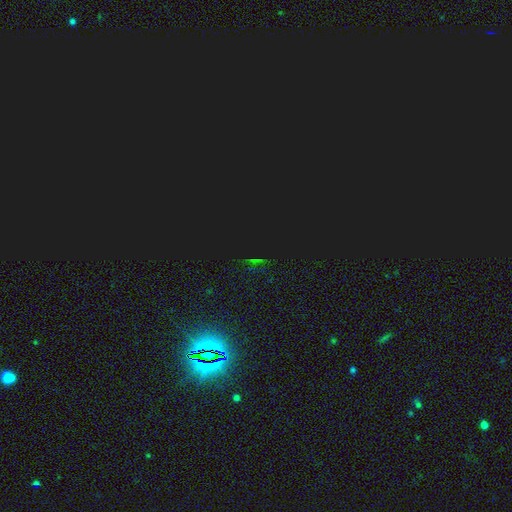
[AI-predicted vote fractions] Q: Smooth or featured?
A: star or artifact (80%); runner-up: smooth (12%)